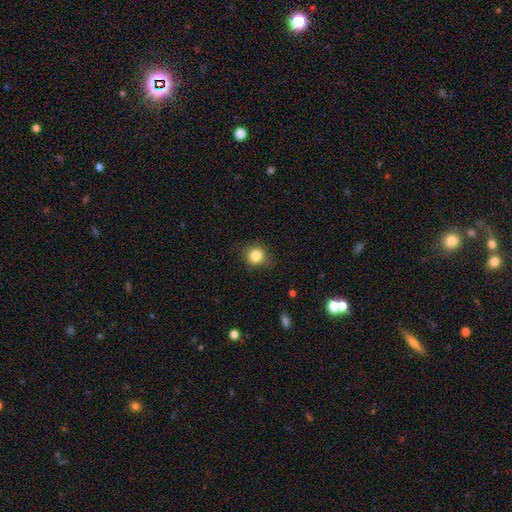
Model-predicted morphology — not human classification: A smooth galaxy with no disk features (83%) that is round (86%).

Vote fractions:
- Smooth or featured? smooth: 83% / star or artifact: 11% / featured or disk: 6%
- How rounded? round: 86% / in between: 13% / cigar-shaped: 1%
- Merging? none: 83% / minor disturbance: 13% / major disturbance: 3% / merger: 1%